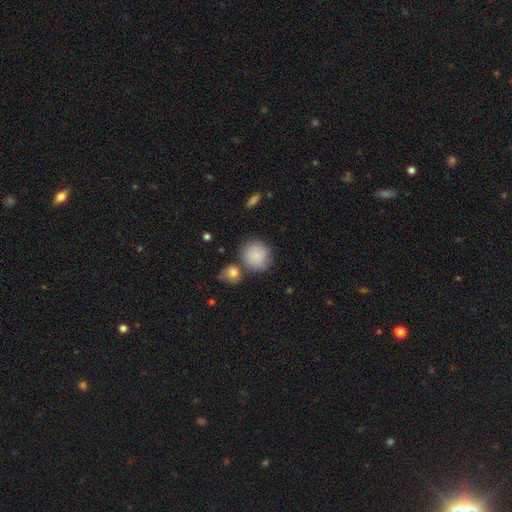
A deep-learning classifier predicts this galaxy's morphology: smooth_or_featured: smooth (p=0.83) [alt: featured or disk p=0.10]
how_rounded: round (p=0.87) [alt: in between p=0.12]
merging: none (p=0.66) [alt: merger p=0.15]